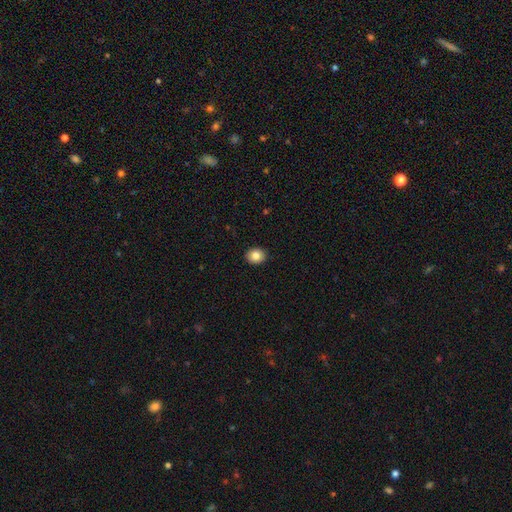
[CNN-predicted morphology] The model was most divided on "how rounded": round: 68%, in between: 31%, cigar-shaped: 1%. More confident: merging — none (91%); smooth or featured — smooth (84%).